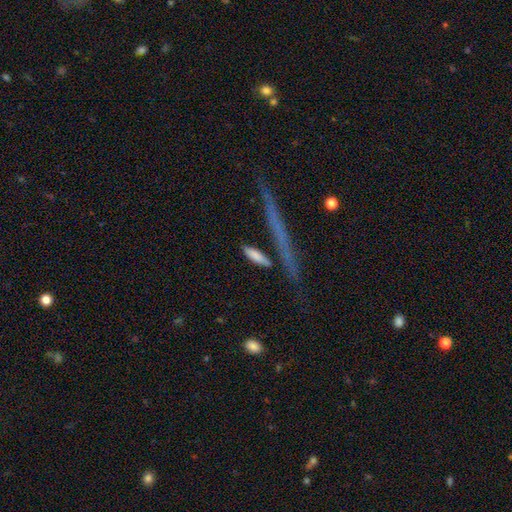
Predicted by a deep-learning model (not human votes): The model was most divided on "how rounded": cigar-shaped: 55%, in between: 42%, round: 3%. More confident: smooth or featured — smooth (79%); merging — none (68%).